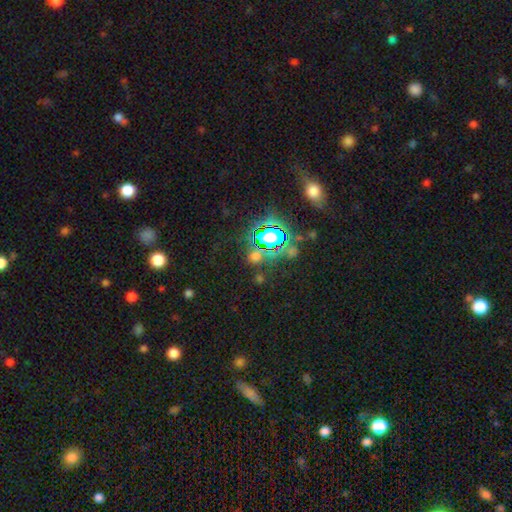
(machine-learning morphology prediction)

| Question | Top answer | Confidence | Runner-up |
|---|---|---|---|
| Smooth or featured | star or artifact | 56% | smooth (36%) |